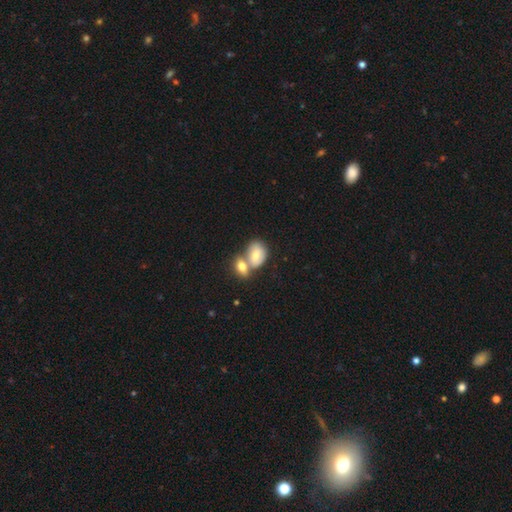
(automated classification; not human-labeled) A smooth galaxy with no disk features (70%) that is in between round and cigar-shaped (79%). Merging: merger (60%).